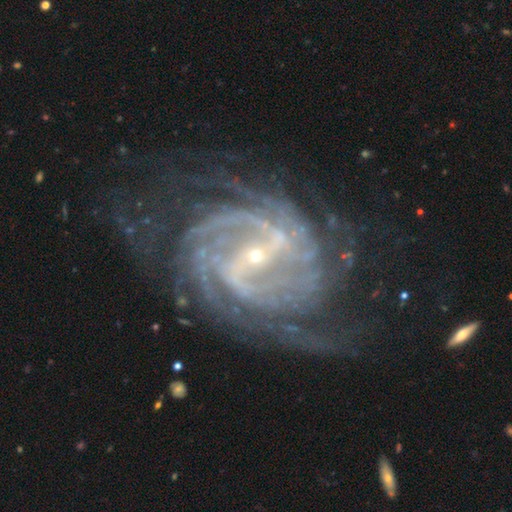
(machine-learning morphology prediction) Overall: featured or disk (92%). Edge-on disk: no (97%). Bar: strong (47%; weak 37%). Spiral arms: yes (98%). Spiral arm count: 2 (23%; can't tell 20%). Spiral winding: tight (58%; medium 35%). Bulge size: small (84%). Merging: none (65%).